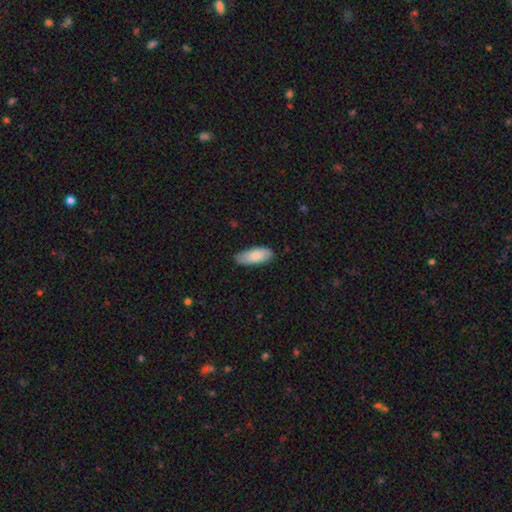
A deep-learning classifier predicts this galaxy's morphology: Smooth or featured?
  - smooth: 82% *
  - featured or disk: 13%
  - star or artifact: 6%
How rounded?
  - in between: 84% *
  - cigar-shaped: 14%
  - round: 2%
Merging?
  - none: 78% *
  - minor disturbance: 19%
  - major disturbance: 2%
  - merger: 1%